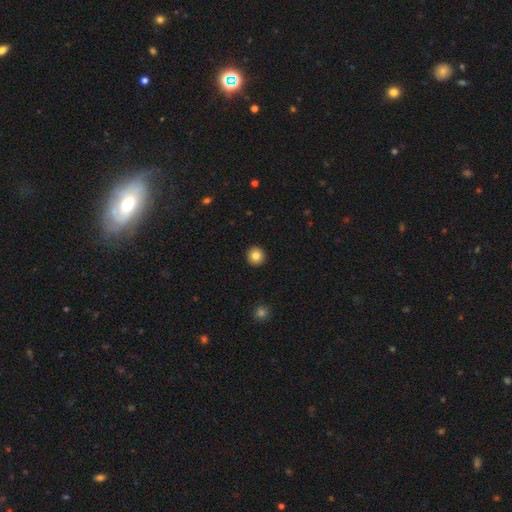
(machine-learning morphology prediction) type=smooth (85%); roundness=round (95%); merging=none (93%).